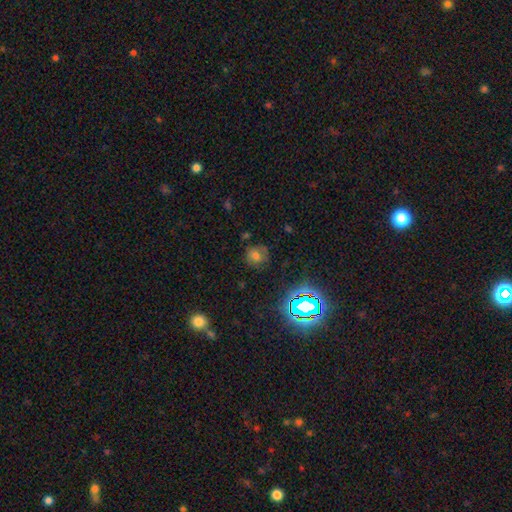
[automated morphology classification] Smooth or featured?
  - smooth: 59% *
  - star or artifact: 25%
  - featured or disk: 16%
How rounded?
  - round: 75% *
  - in between: 24%
  - cigar-shaped: 1%
Merging?
  - none: 70% *
  - minor disturbance: 19%
  - major disturbance: 9%
  - merger: 3%